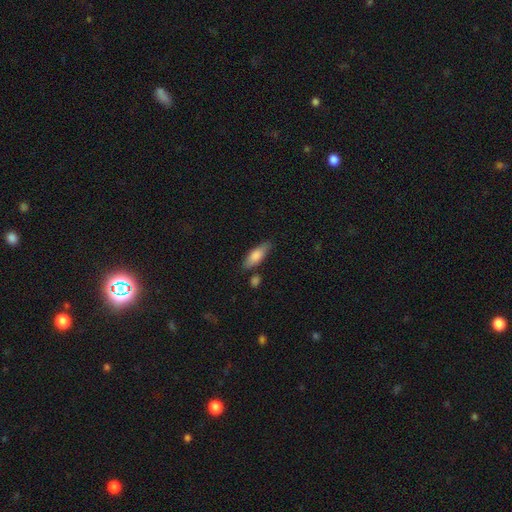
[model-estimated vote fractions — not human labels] Morphology: type=smooth (77%); roundness=in between (63%); merging=none (75%).